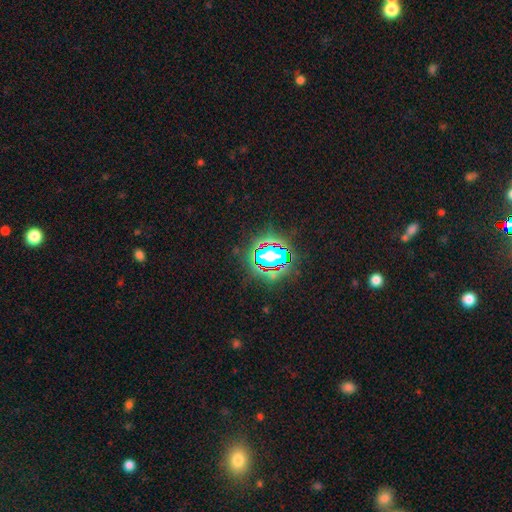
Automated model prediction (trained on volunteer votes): A star or artifact, not a galaxy (80%).